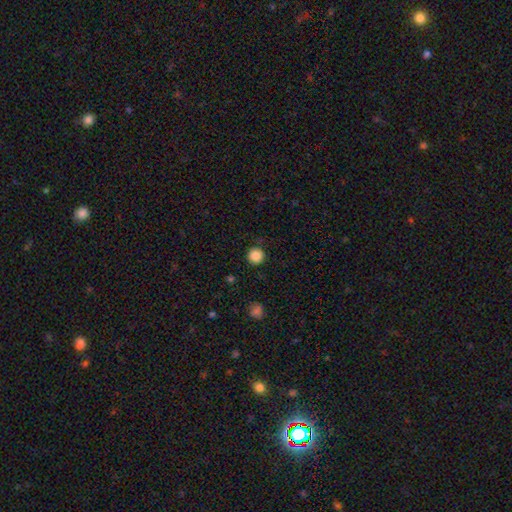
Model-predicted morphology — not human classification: This is clearly a smooth galaxy (86%). How rounded: clearly round (96%). Merging: clearly none (90%).